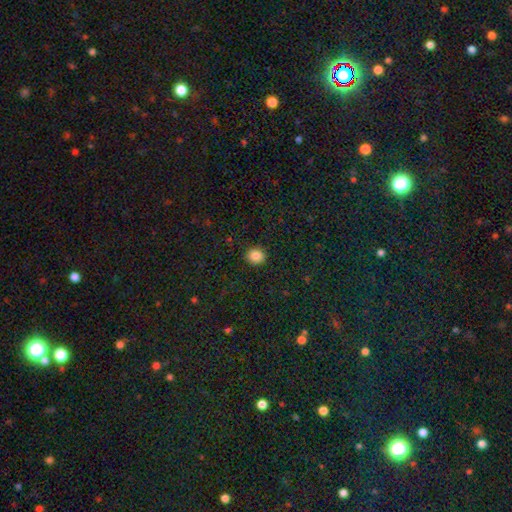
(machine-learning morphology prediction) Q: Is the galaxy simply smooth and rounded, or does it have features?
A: smooth — 85%.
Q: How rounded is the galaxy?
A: round — 81%.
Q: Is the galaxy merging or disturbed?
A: none — 91%.